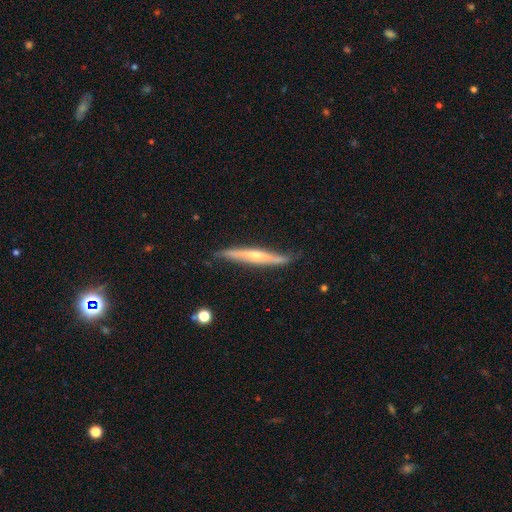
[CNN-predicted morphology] Smooth or featured?
  - featured or disk: 66% *
  - smooth: 28%
  - star or artifact: 6%
Edge-on disk?
  - yes: 91% *
  - no: 9%
Edge-on bulge?
  - rounded: 69% *
  - none: 25%
  - boxy: 6%
Merging?
  - none: 74% *
  - minor disturbance: 21%
  - major disturbance: 3%
  - merger: 2%